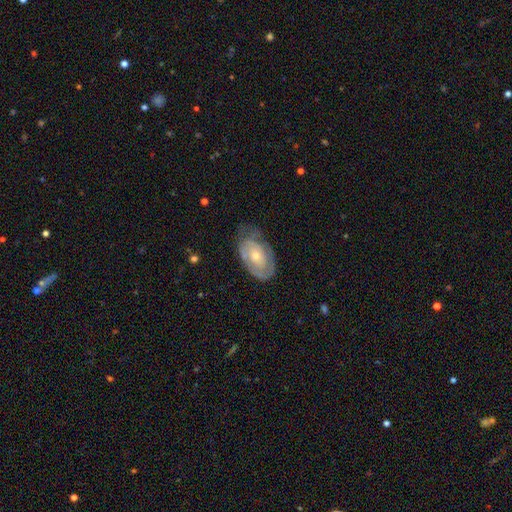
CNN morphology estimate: The model was most divided on "bulge size": small: 57%, moderate: 38%, large: 2%, none: 2%, dominant: 1%. More confident: edge-on disk — no (94%); bar — no (80%); spiral arms — yes (69%); smooth or featured — featured or disk (67%); merging — none (62%).